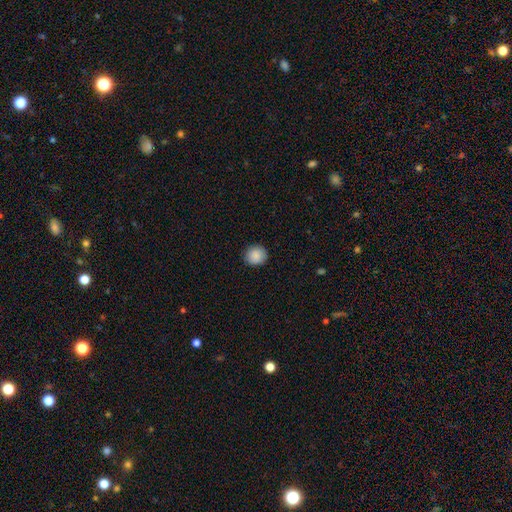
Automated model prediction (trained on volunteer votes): A smooth galaxy with no disk features (89%) that is round (89%). Merging: none (90%).